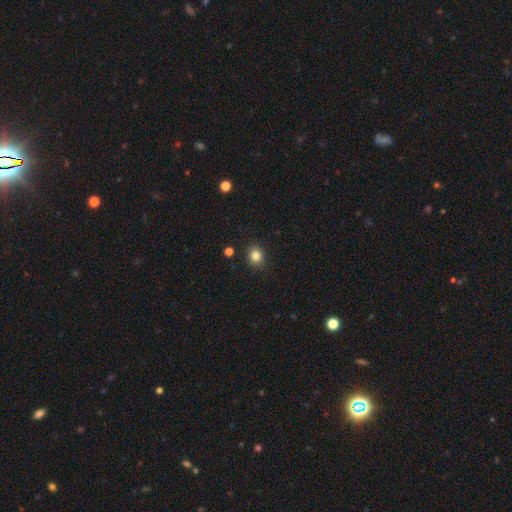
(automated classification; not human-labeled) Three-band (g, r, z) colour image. It shows a smooth galaxy with no disk features (82%) that is round (77%). Merging: none (89%).